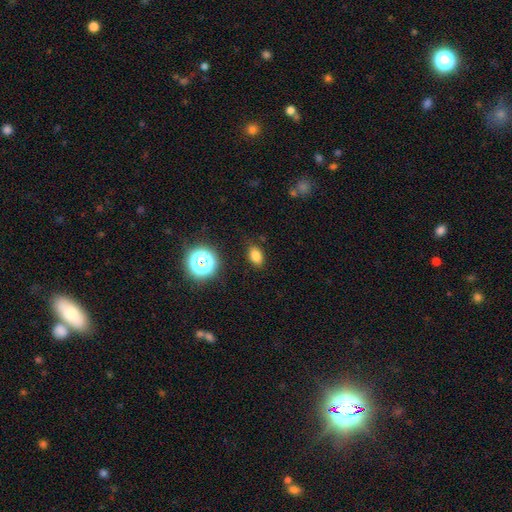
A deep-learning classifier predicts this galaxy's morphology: A smooth galaxy with no disk features (79%) that is in between round and cigar-shaped (79%).

Vote fractions:
- Smooth or featured? smooth: 79% / star or artifact: 15% / featured or disk: 6%
- How rounded? in between: 79% / round: 20% / cigar-shaped: 2%
- Merging? none: 85% / minor disturbance: 10% / major disturbance: 3% / merger: 2%